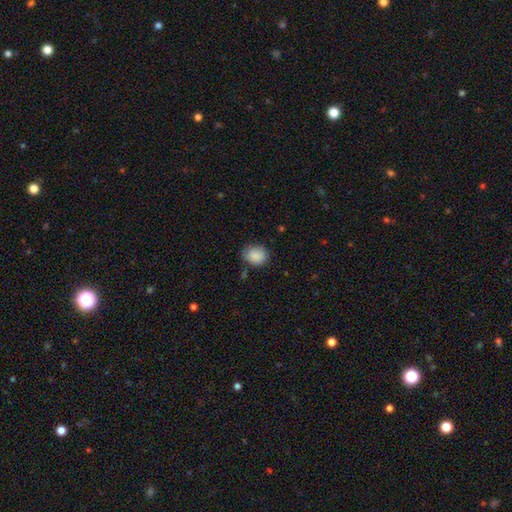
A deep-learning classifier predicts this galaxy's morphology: Smooth or featured? smooth (89%)
How rounded? round (61%)
Merging? none (76%)